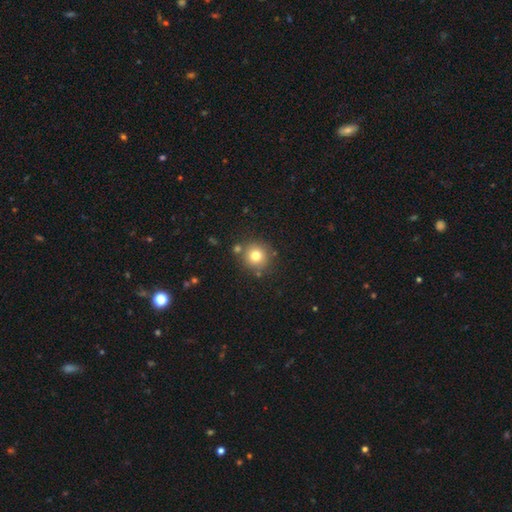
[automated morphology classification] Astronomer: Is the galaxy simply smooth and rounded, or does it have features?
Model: smooth — 77%.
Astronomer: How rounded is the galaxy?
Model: round — 93%.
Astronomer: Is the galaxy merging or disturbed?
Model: none — 80%.